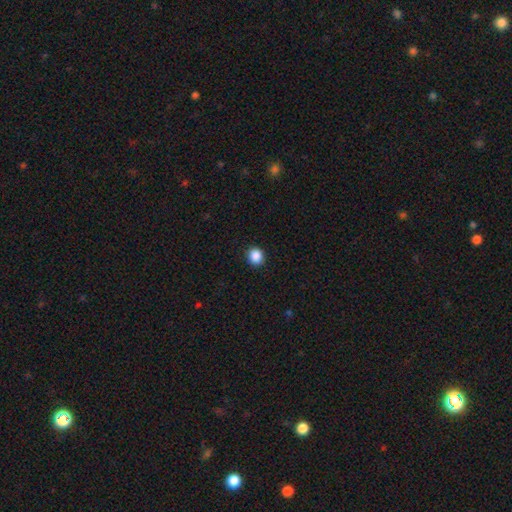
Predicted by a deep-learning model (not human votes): Smooth or featured: smooth — 88% (star or artifact — 10%)
How rounded: round — 84% (in between — 15%)
Merging: none — 91% (minor disturbance — 6%)